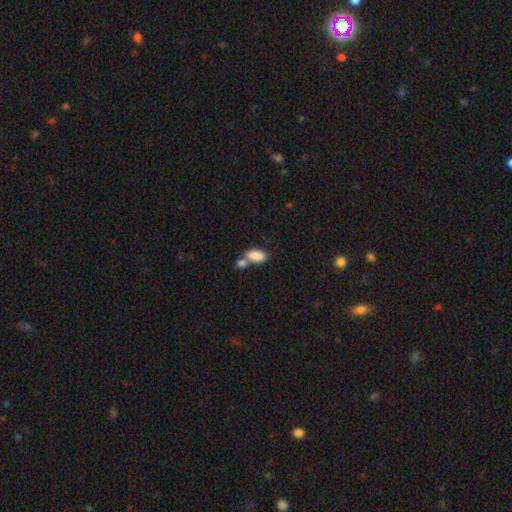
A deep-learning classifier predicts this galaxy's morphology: Overall: smooth (86%). How rounded: in between (91%). Merging: merger (49%; none 37%).